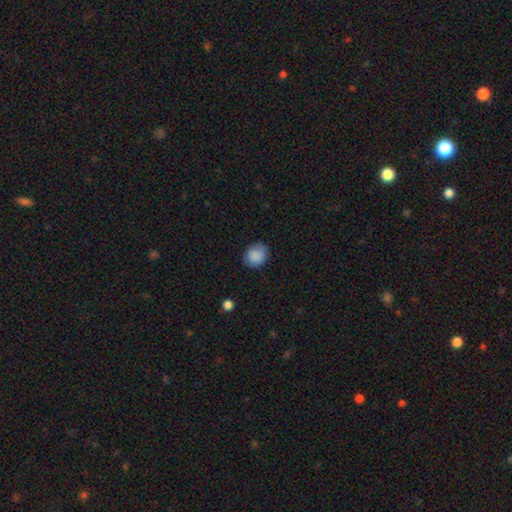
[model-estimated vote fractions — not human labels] A smooth galaxy with no disk features (88%) that is round (70%). Merging: none (82%).